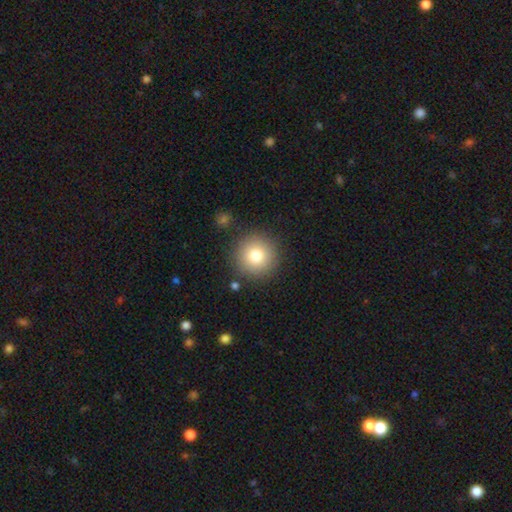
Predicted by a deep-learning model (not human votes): Smooth or featured? Predicted: smooth (p=0.79). How rounded? Predicted: round (p=0.96). Merging? Predicted: none (p=0.88).